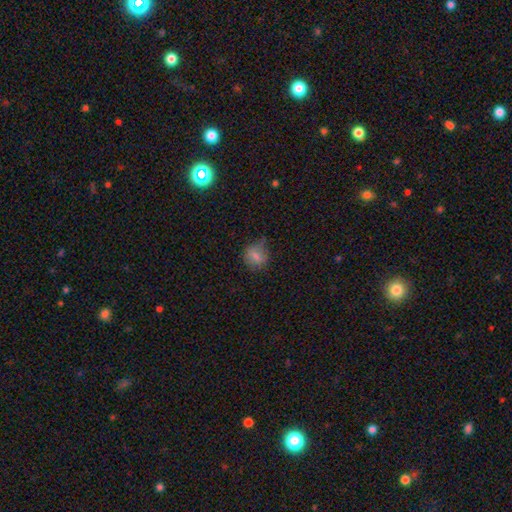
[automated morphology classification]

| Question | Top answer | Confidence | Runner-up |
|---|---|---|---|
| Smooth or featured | smooth | 72% | featured or disk (14%) |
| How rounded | round | 73% | in between (25%) |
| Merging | none | 59% | minor disturbance (29%) |